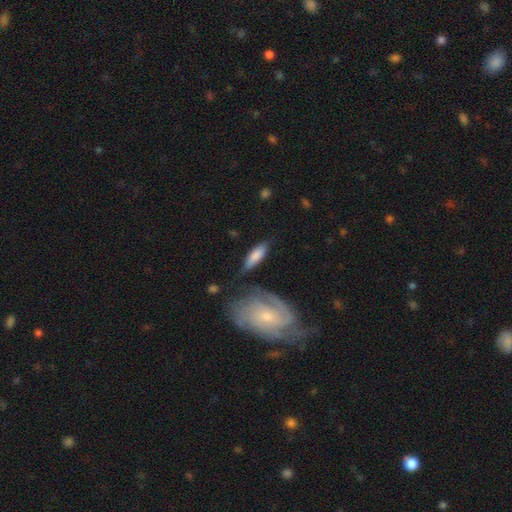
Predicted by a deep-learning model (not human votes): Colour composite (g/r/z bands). It shows a smooth galaxy with no disk features (72%) that is in between round and cigar-shaped (57%). Merging: none (67%).